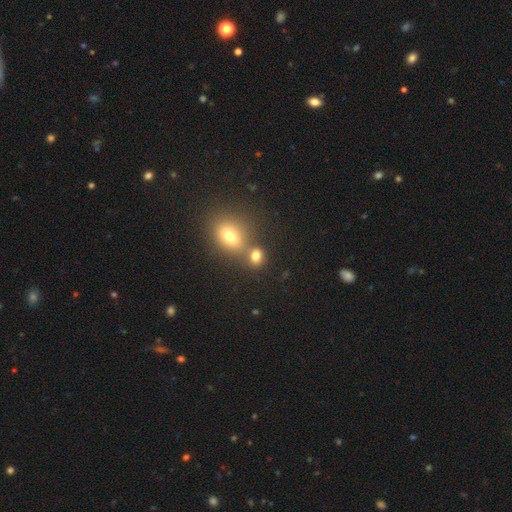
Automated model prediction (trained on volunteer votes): This appears to be a smooth galaxy with no disk features (76%) that is round (64%). Merging: none (55%).